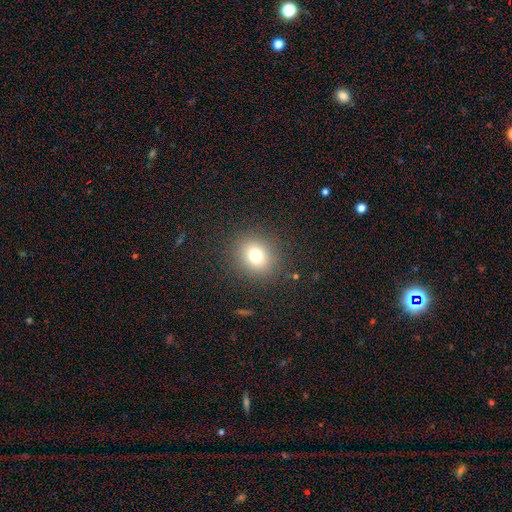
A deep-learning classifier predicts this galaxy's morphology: Smooth or featured: smooth — 75% (star or artifact — 15%)
How rounded: round — 78% (in between — 21%)
Merging: none — 88% (minor disturbance — 7%)